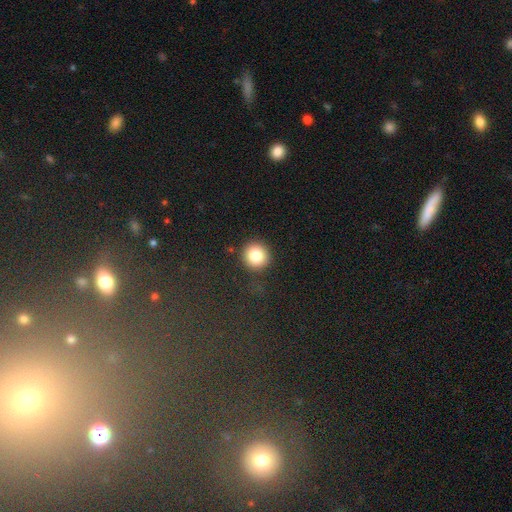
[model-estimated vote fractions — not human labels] The model was most divided on "smooth or featured": smooth: 83%, star or artifact: 10%, featured or disk: 7%. More confident: how rounded — round (93%); merging — none (89%).